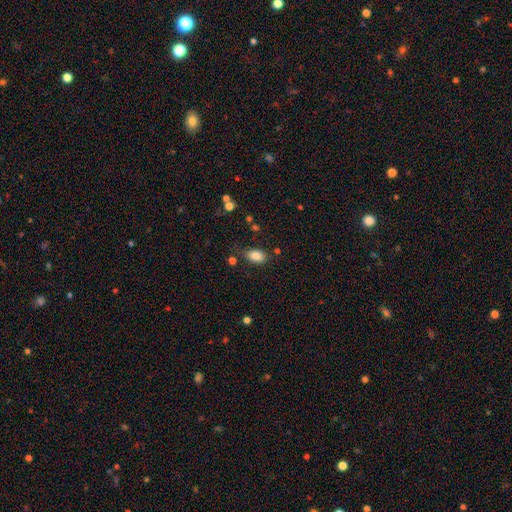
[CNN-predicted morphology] Overall: smooth (85%). How rounded: in between (89%). Merging: none (76%).